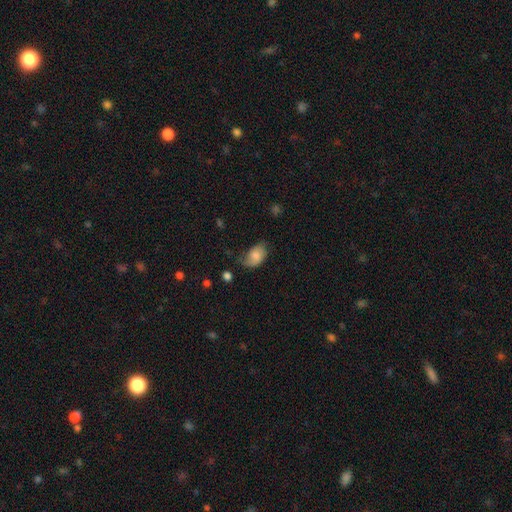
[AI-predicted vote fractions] smooth-or-featured: smooth: 72% | featured or disk: 20% | star or artifact: 8%
  how-rounded: in between: 86% | round: 12% | cigar-shaped: 1%
  merging: none: 46% | minor disturbance: 36% | major disturbance: 15% | merger: 2%